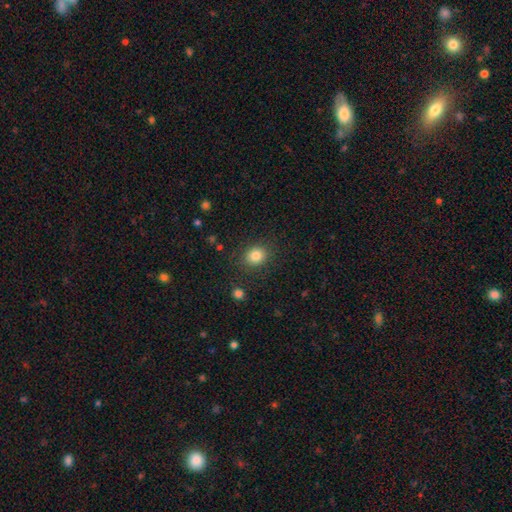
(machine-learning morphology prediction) Overall: smooth (84%). How rounded: round (67%; in between 32%). Merging: none (84%).